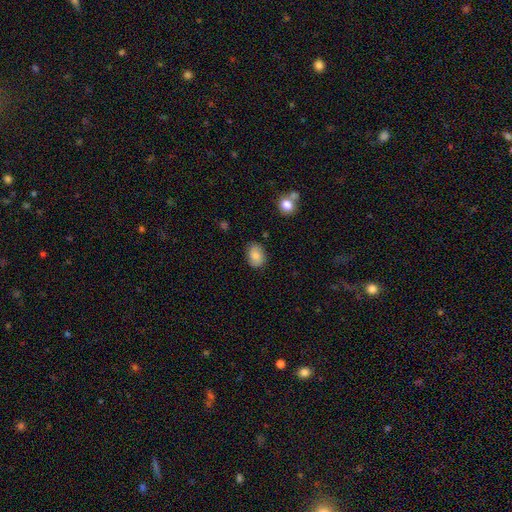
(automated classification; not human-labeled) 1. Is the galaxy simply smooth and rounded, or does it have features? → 80% smooth, 11% featured or disk, 8% star or artifact.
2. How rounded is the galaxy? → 67% in between, 32% round, 1% cigar-shaped.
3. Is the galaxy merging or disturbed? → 81% none, 14% minor disturbance, 3% major disturbance, 2% merger.